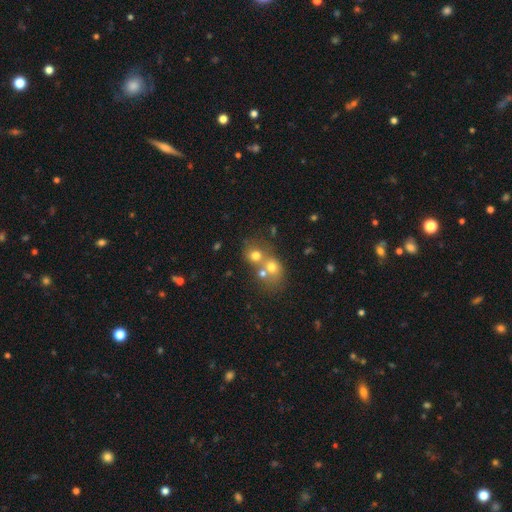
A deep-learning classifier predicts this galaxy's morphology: This appears to be a smooth galaxy with no disk features (65%) that is round (73%). Merging: merger (58%).